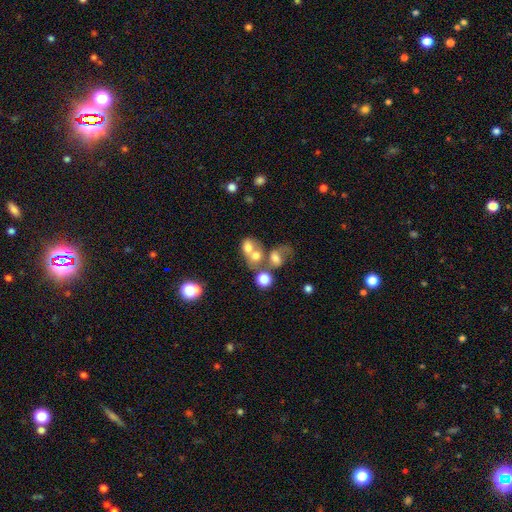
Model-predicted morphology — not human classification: A smooth galaxy with no disk features (63%) that is round (52%). Merging: merger (57%).